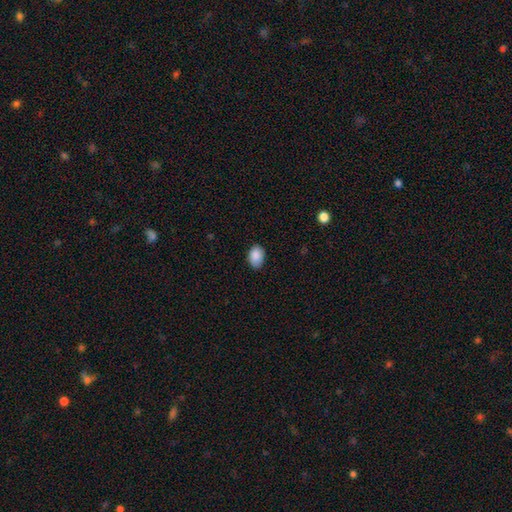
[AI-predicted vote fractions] This is clearly a smooth galaxy (89%). How rounded: clearly in between (84%). Merging: clearly none (85%).